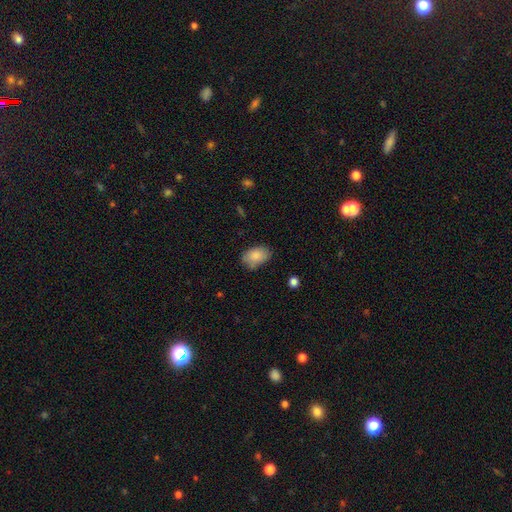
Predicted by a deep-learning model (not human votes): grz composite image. It shows a smooth galaxy with no disk features (85%) that is in between round and cigar-shaped (88%). Merging: none (72%).